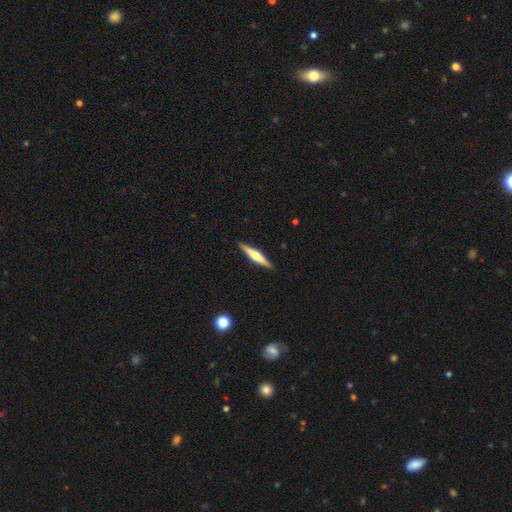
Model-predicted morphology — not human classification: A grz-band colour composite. It shows a featured or disk galaxy (63%) viewed edge-on (97%) with a rounded central bulge (85%). Merging: none (91%).